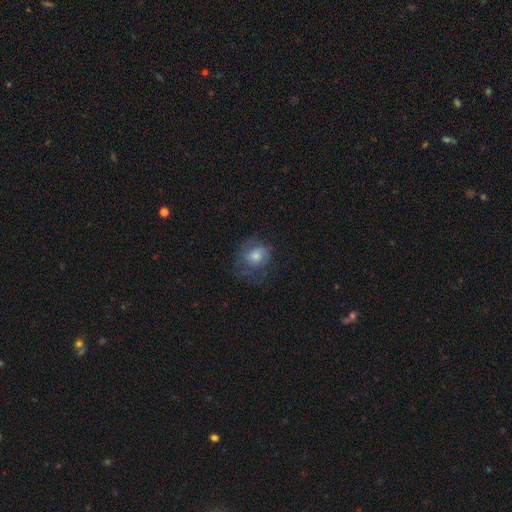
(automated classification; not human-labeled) A smooth galaxy with no disk features (52%) that is round (73%).

Vote fractions:
- Smooth or featured? smooth: 52% / featured or disk: 36% / star or artifact: 12%
- How rounded? round: 73% / in between: 26% / cigar-shaped: 1%
- Merging? none: 56% / minor disturbance: 22% / major disturbance: 20% / merger: 1%